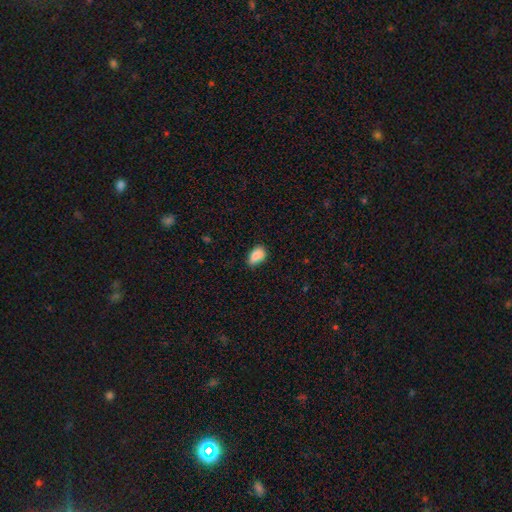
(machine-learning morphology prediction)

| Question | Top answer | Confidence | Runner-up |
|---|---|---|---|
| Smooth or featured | smooth | 86% | star or artifact (8%) |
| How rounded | in between | 89% | round (9%) |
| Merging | none | 69% | minor disturbance (25%) |